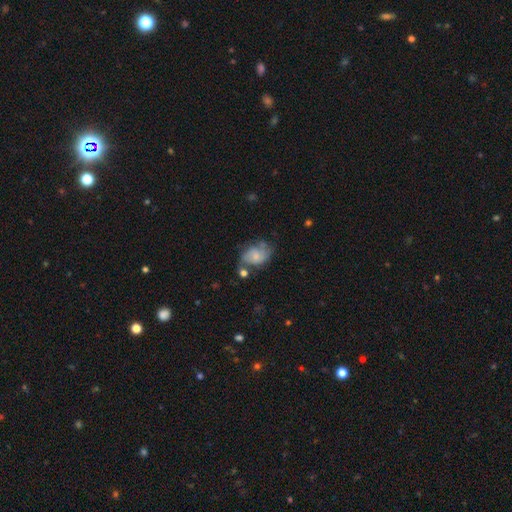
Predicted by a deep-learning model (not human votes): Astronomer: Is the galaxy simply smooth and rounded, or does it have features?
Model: smooth — 60%.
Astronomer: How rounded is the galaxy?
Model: in between — 75%.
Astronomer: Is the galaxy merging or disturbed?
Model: none — 42% (runner-up: minor disturbance, 29%).